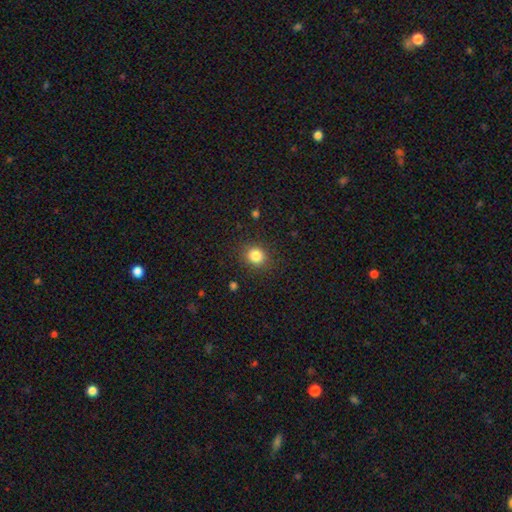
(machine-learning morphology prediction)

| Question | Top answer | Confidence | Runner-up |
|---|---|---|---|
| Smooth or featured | smooth | 84% | star or artifact (11%) |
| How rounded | round | 79% | in between (20%) |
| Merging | none | 87% | minor disturbance (8%) |